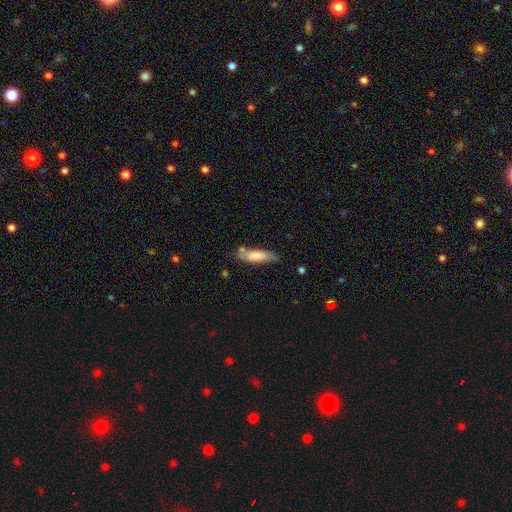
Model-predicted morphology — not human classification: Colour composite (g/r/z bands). It shows a smooth galaxy with no disk features (75%) that is cigar-shaped (58%). Merging: none (62%).